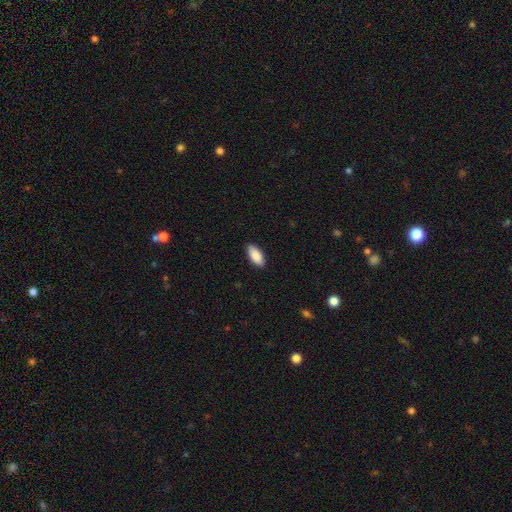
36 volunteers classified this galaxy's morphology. Volunteers were most divided on "how rounded": in between: 79%, cigar-shaped: 18%, round: 3%. More confident: merging — none (94%); smooth or featured — smooth (92%).